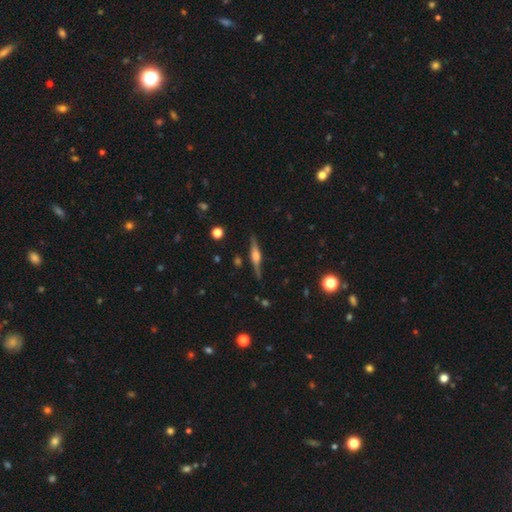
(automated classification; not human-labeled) Overall: featured or disk (76%). Edge-on disk: yes (97%). Edge-on bulge: rounded (73%). Merging: none (86%).